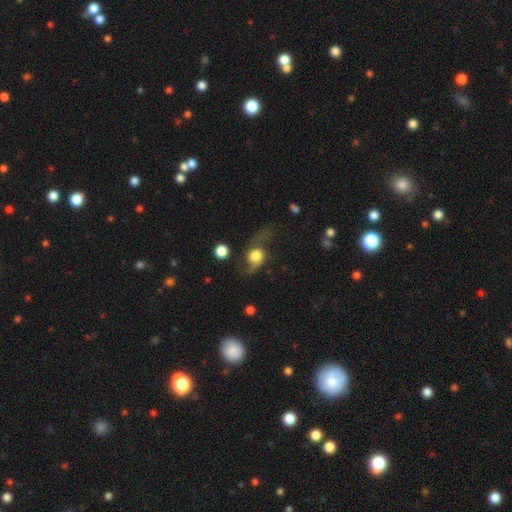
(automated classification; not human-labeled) A featured or disk galaxy (51%). Merging: none (47%).